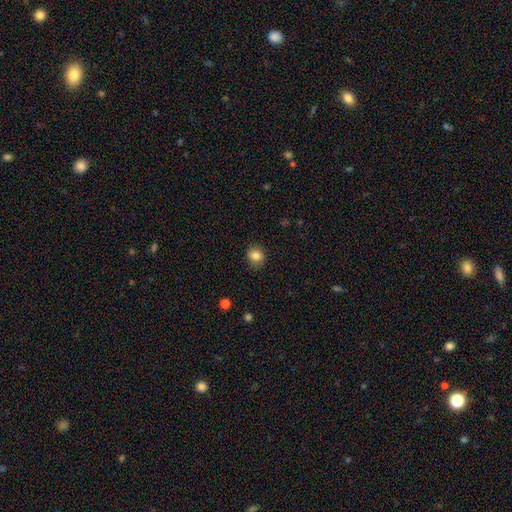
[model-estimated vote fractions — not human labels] A smooth galaxy with no disk features (84%) that is round (78%).

Vote fractions:
- Smooth or featured? smooth: 84% / star or artifact: 10% / featured or disk: 6%
- How rounded? round: 78% / in between: 21% / cigar-shaped: 1%
- Merging? none: 84% / minor disturbance: 12% / major disturbance: 3% / merger: 1%